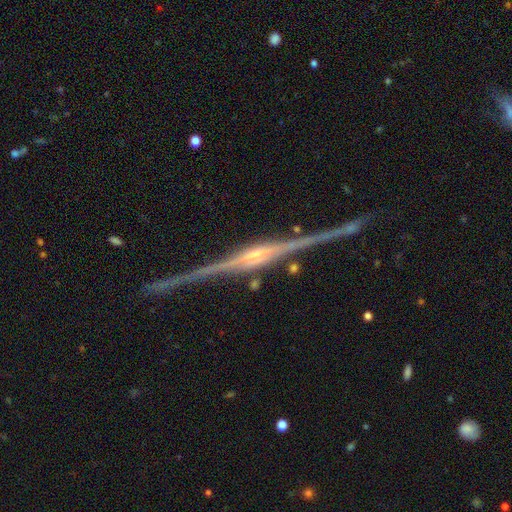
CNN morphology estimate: Smooth or featured? Predicted: featured or disk (p=0.90). Edge-on disk? Predicted: yes (p=0.98). Edge-on bulge? Predicted: rounded (p=0.71). Merging? Predicted: none (p=0.85).